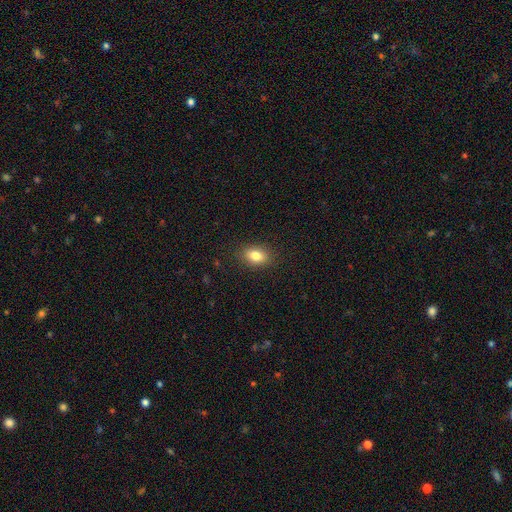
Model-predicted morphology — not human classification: smooth-or-featured: smooth: 82% | star or artifact: 9% | featured or disk: 9%
  how-rounded: in between: 81% | round: 18% | cigar-shaped: 2%
  merging: none: 88% | minor disturbance: 8% | major disturbance: 2% | merger: 1%